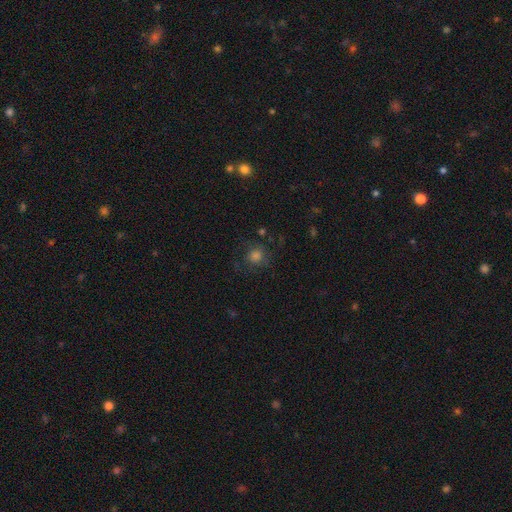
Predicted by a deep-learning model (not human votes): smooth 70%, star or artifact 17%, featured or disk 14%. Down the decision tree: how rounded — round (86%); merging — none (69%).